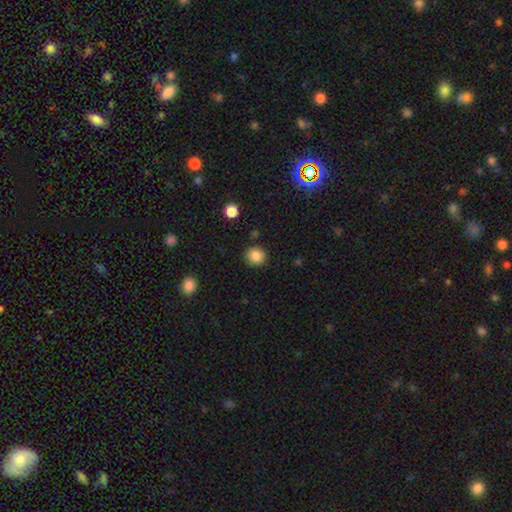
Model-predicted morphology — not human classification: smooth_or_featured: smooth (p=0.86) [alt: star or artifact p=0.10]
how_rounded: round (p=0.87) [alt: in between p=0.13]
merging: none (p=0.89) [alt: minor disturbance p=0.07]